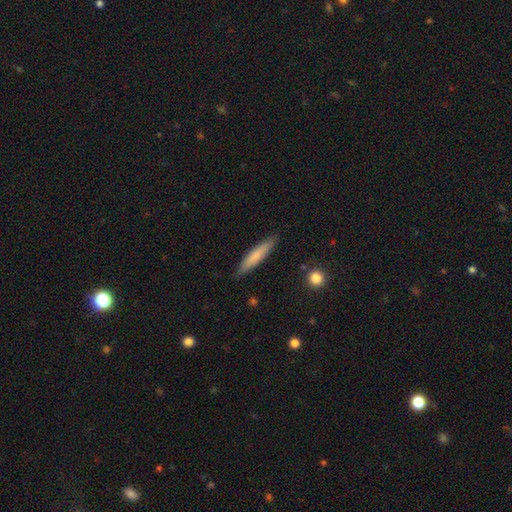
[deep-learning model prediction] Q: Smooth or featured?
A: smooth (72%); runner-up: featured or disk (22%)
Q: How rounded?
A: cigar-shaped (89%); runner-up: in between (10%)
Q: Merging?
A: none (86%); runner-up: minor disturbance (10%)